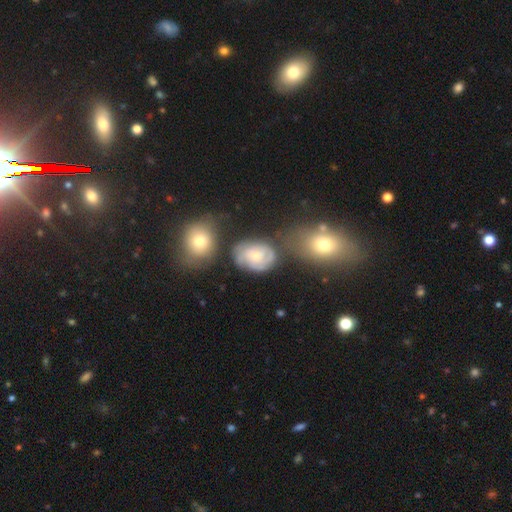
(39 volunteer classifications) smooth-or-featured: featured or disk: 82% | smooth: 13% | star or artifact: 5%
  disk-edge-on: no: 100% | yes: 0%
    bar: no: 81% | weak: 12% | strong: 6%
    has-spiral-arms: yes: 84% | no: 16%
      spiral-winding: tight: 74% | medium: 15% | loose: 11%
      spiral-arm-count: 4: 41% | can't tell: 26% | 3: 15% | 2: 11% | 1: 4% | more than 4: 4%
    bulge-size: moderate: 59% | small: 34% | dominant: 3% | none: 3% | large: 0%
  merging: none: 78% | minor disturbance: 14% | merger: 5% | major disturbance: 3%